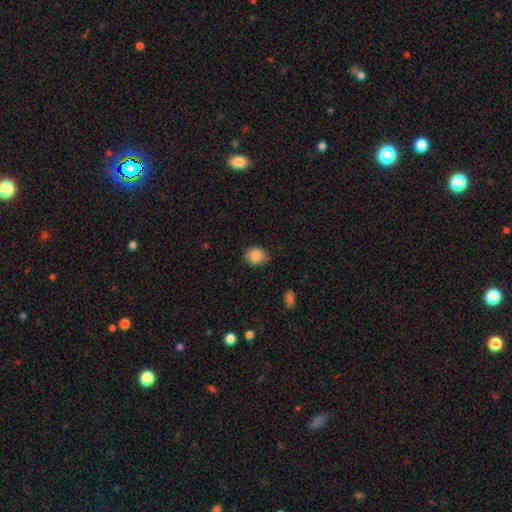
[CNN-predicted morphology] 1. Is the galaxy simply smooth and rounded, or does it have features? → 85% smooth, 8% star or artifact, 7% featured or disk.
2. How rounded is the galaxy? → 65% round, 34% in between, 1% cigar-shaped.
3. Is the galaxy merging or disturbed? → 80% none, 16% minor disturbance, 3% major disturbance, 1% merger.